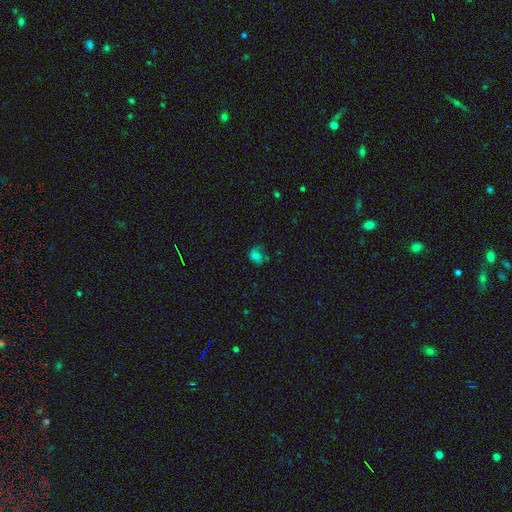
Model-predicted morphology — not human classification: This is possibly a smooth galaxy (59%). How rounded: possibly round (50%). Merging: marginally none (44%).